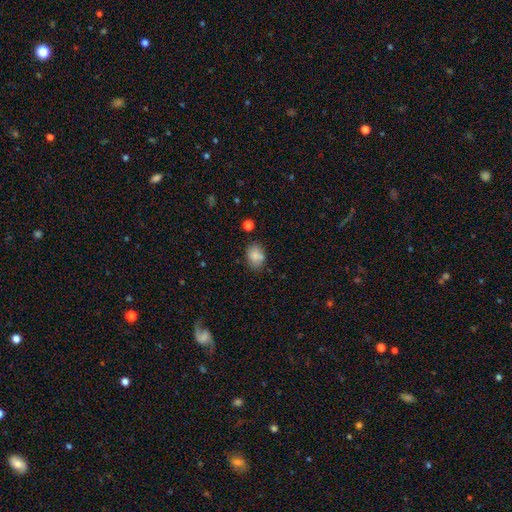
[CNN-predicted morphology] smooth 83%, star or artifact 9%, featured or disk 8%. Down the decision tree: how rounded — in between (61%); merging — none (72%).